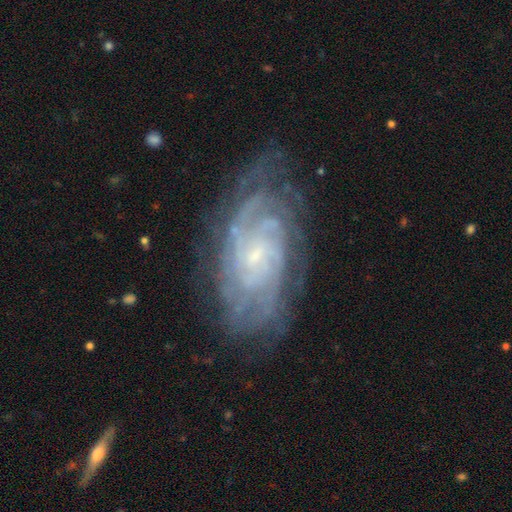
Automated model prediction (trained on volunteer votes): Smooth or featured? Predicted: featured or disk (p=0.87). Edge-on disk? Predicted: no (p=0.96). Bar? Predicted: no (p=0.63). Spiral arms? Predicted: yes (p=0.97). Spiral winding? Predicted: tight (p=0.75). Spiral arm count? Predicted: can't tell (p=0.33). Bulge size? Predicted: small (p=0.79). Merging? Predicted: none (p=0.75).